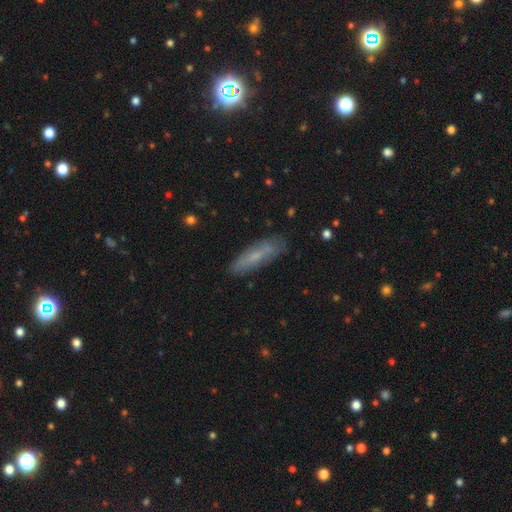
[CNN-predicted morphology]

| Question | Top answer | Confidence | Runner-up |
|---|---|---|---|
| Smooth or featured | smooth | 60% | featured or disk (31%) |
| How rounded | cigar-shaped | 68% | in between (30%) |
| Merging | none | 80% | minor disturbance (15%) |